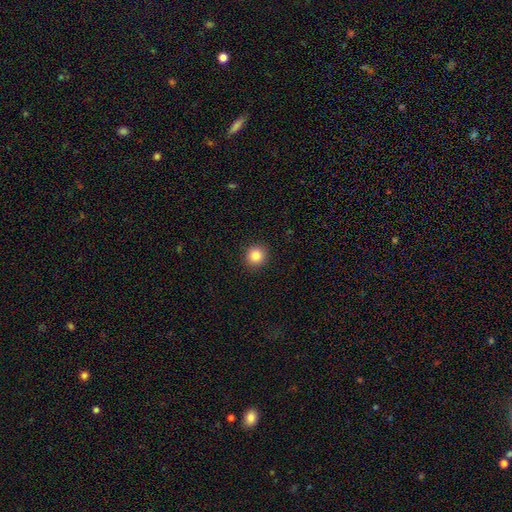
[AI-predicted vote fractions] smooth 85%, star or artifact 10%, featured or disk 5%. Down the decision tree: how rounded — round (92%); merging — none (92%).